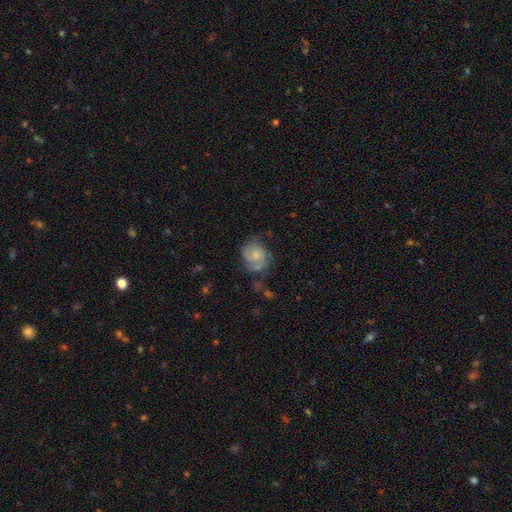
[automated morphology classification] smooth_or_featured: featured or disk (p=0.47) [alt: smooth p=0.44]
merging: none (p=0.48) [alt: minor disturbance p=0.27]